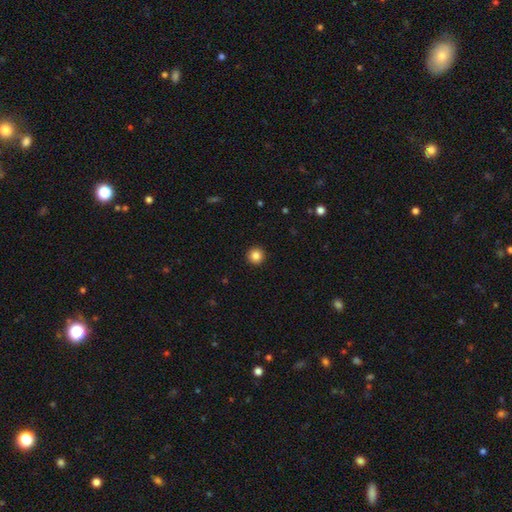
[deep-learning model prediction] Smooth or featured?
  - smooth: 85% *
  - star or artifact: 10%
  - featured or disk: 5%
How rounded?
  - round: 96% *
  - in between: 3%
  - cigar-shaped: 1%
Merging?
  - none: 94% *
  - minor disturbance: 4%
  - major disturbance: 1%
  - merger: 1%